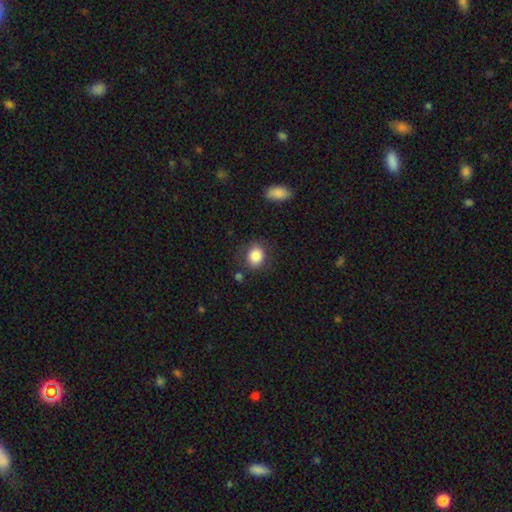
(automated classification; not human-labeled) smooth-or-featured: smooth: 85% | star or artifact: 9% | featured or disk: 7%
  how-rounded: round: 54% | in between: 45% | cigar-shaped: 1%
  merging: none: 77% | minor disturbance: 15% | major disturbance: 5% | merger: 3%